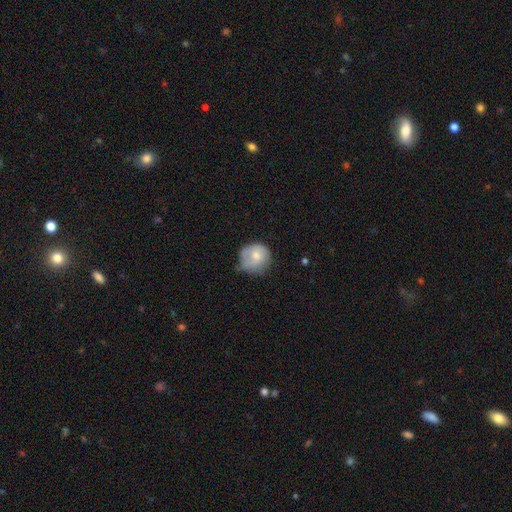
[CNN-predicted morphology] Smooth or featured: smooth — 68% (featured or disk — 25%)
How rounded: round — 86% (in between — 14%)
Merging: none — 50% (minor disturbance — 35%)